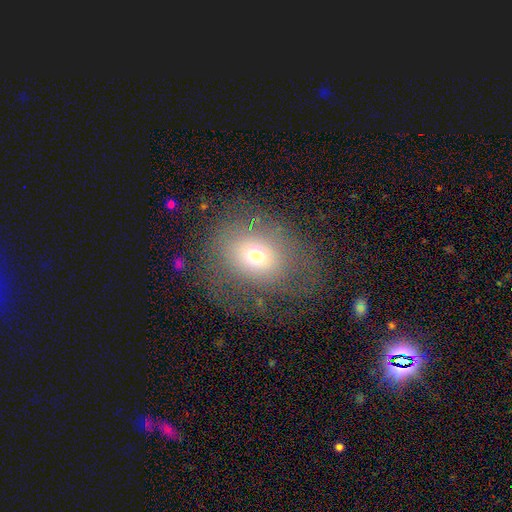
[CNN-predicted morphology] This is likely a smooth galaxy (65%). How rounded: possibly round (56%). Merging: possibly none (58%).